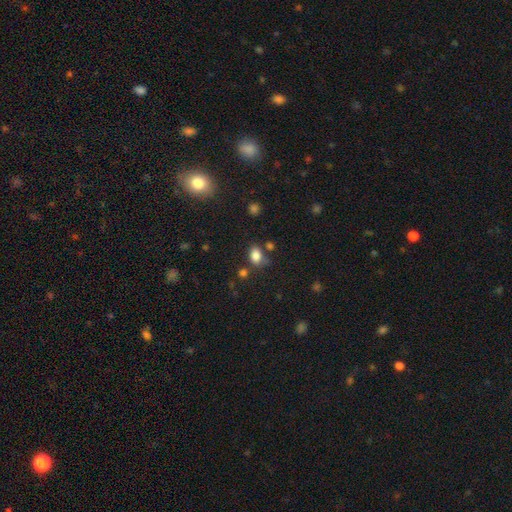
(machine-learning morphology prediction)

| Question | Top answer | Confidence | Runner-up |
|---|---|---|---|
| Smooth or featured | smooth | 83% | star or artifact (12%) |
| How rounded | in between | 78% | round (21%) |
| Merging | none | 66% | minor disturbance (18%) |